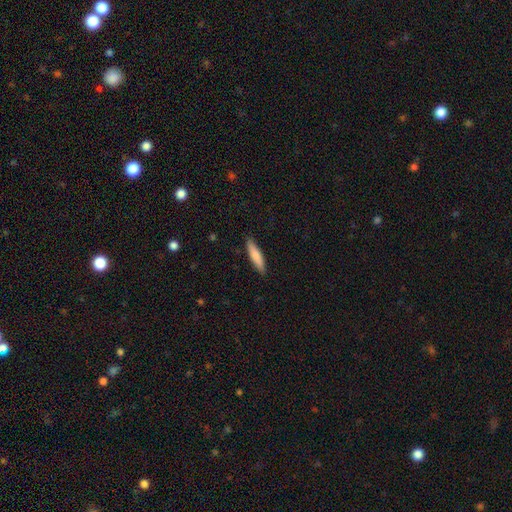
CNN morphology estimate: Overall: smooth (78%). How rounded: cigar-shaped (81%). Merging: none (89%).